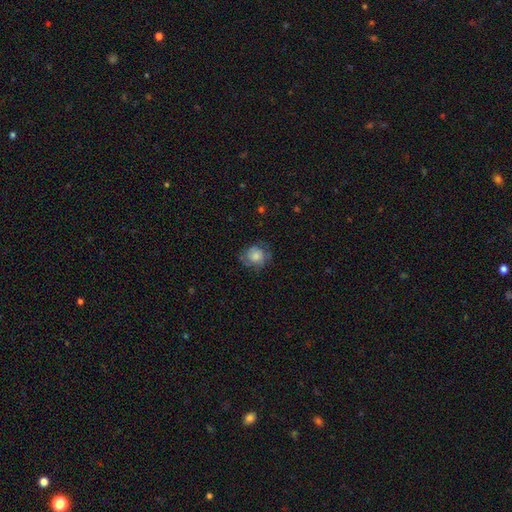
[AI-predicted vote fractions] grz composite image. It shows a smooth galaxy with no disk features (65%) that is round (81%). Merging: none (65%).